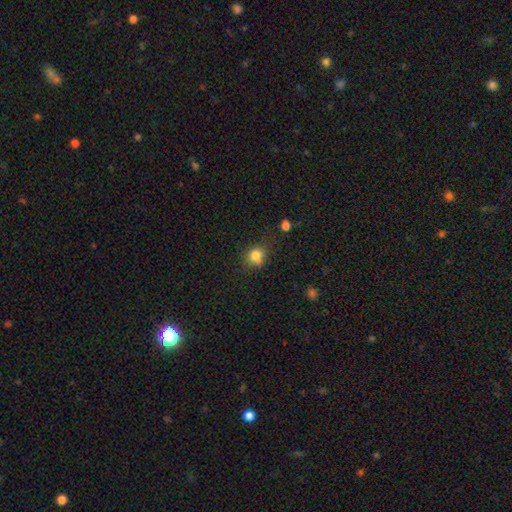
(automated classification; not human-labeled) Overall: smooth (79%). How rounded: round (68%; in between 31%). Merging: none (62%).